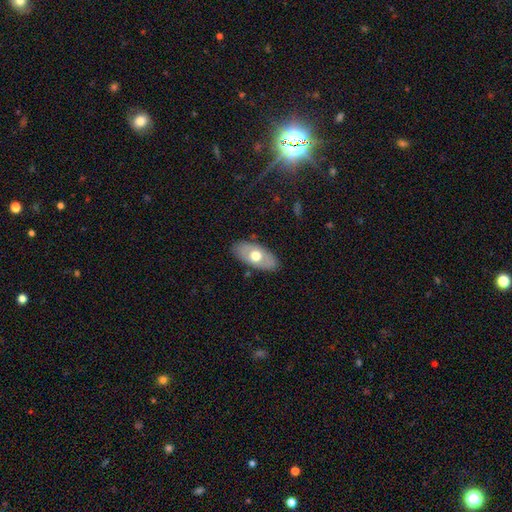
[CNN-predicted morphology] type=smooth (55%); roundness=in between (91%); merging=none (85%).